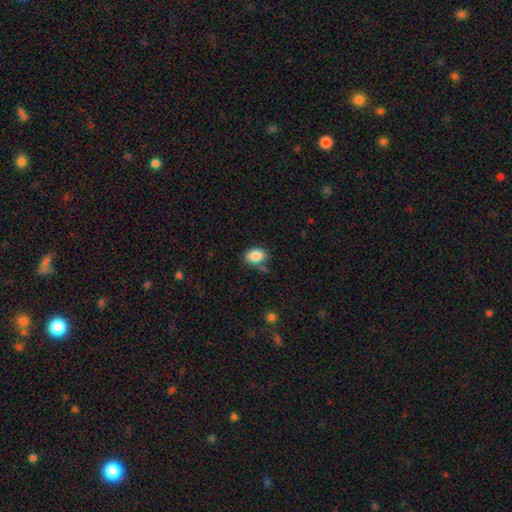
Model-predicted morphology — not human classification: Smooth or featured? Predicted: smooth (p=0.85). How rounded? Predicted: in between (p=0.75). Merging? Predicted: none (p=0.63).